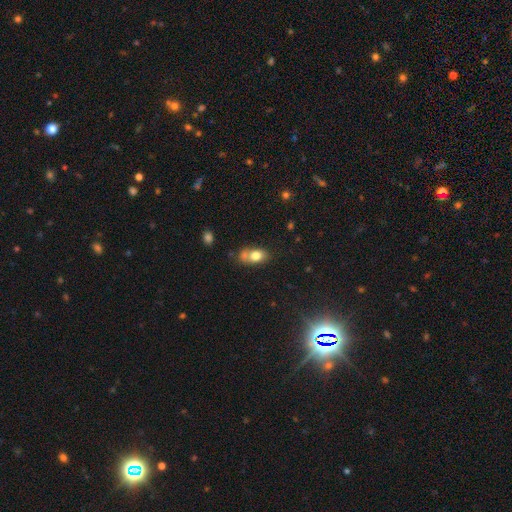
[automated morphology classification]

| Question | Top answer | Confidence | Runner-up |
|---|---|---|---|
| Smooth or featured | smooth | 76% | featured or disk (15%) |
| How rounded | in between | 78% | round (18%) |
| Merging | none | 42% | merger (27%) |